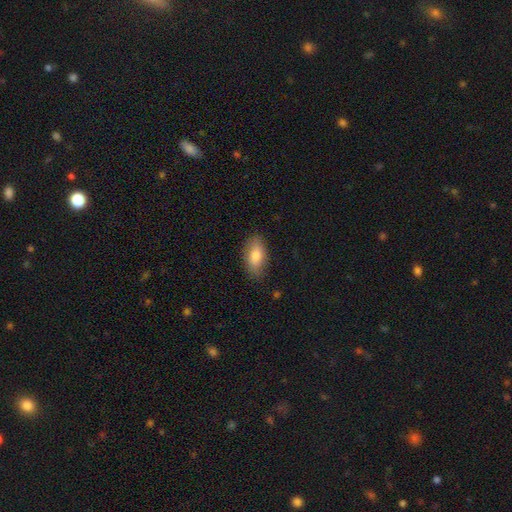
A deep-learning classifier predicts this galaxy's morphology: Smooth or featured: smooth — 80% (featured or disk — 14%)
How rounded: in between — 89% (cigar-shaped — 7%)
Merging: none — 82% (minor disturbance — 14%)